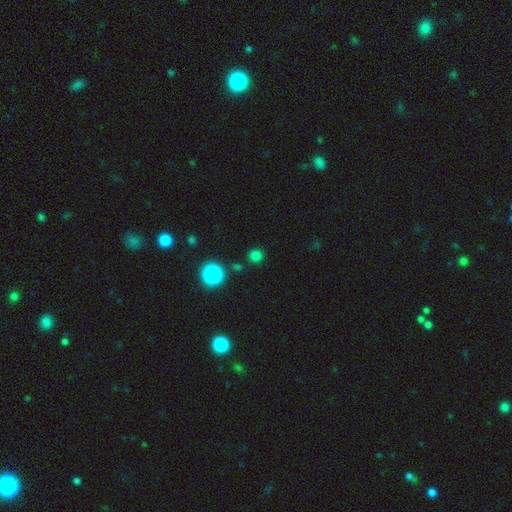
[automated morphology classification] This appears to be a smooth galaxy with no disk features (75%) that is round (93%). Merging: none (86%).